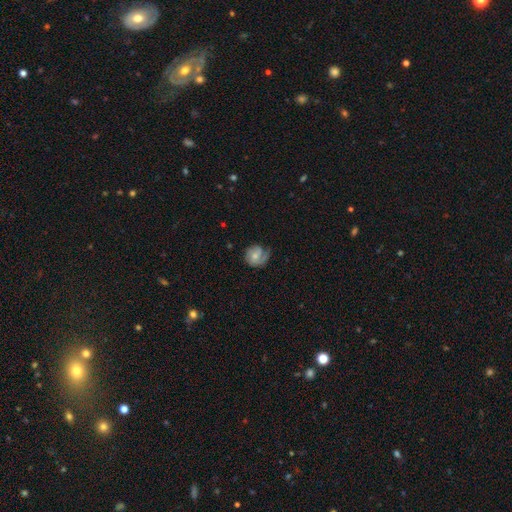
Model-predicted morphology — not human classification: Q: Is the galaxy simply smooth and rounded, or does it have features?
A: featured or disk — 61%.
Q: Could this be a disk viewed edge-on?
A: no — 98%.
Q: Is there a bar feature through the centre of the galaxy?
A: no — 61%.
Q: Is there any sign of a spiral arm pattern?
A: yes — 88%.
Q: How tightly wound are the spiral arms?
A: tight — 45%.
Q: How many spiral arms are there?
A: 1 — 43%.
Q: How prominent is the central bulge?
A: small — 49%.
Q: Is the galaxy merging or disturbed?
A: none — 58%.